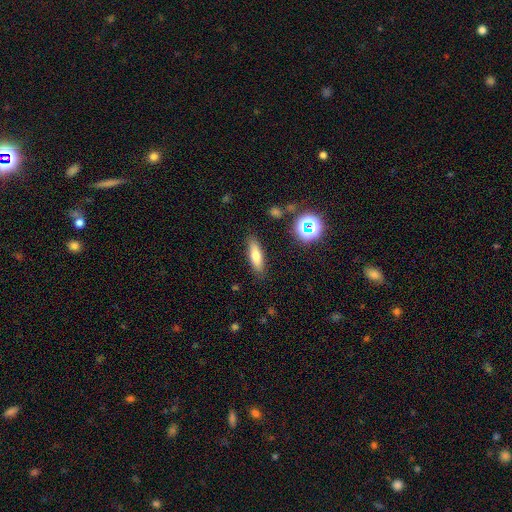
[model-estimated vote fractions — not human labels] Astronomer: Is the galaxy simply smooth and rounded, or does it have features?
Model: smooth — 73%.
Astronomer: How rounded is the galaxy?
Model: cigar-shaped — 57% (runner-up: in between, 40%).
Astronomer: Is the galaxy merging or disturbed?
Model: none — 86%.